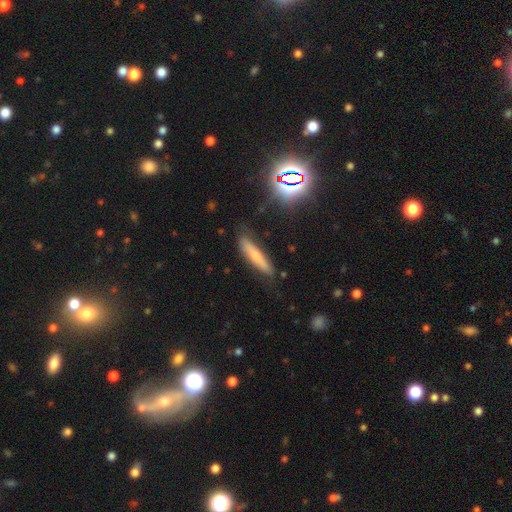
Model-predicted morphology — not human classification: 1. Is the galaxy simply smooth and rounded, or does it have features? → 58% smooth, 29% featured or disk, 12% star or artifact.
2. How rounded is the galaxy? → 85% cigar-shaped, 13% in between, 2% round.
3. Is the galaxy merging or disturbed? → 79% none, 15% minor disturbance, 4% major disturbance, 2% merger.